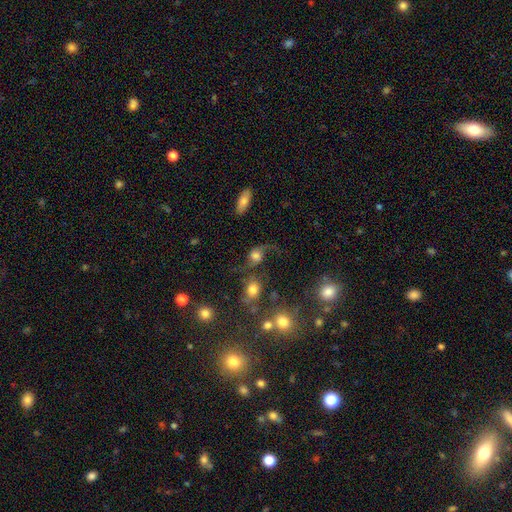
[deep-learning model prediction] This appears to be a featured or disk galaxy (47%). Merging: none (41%).